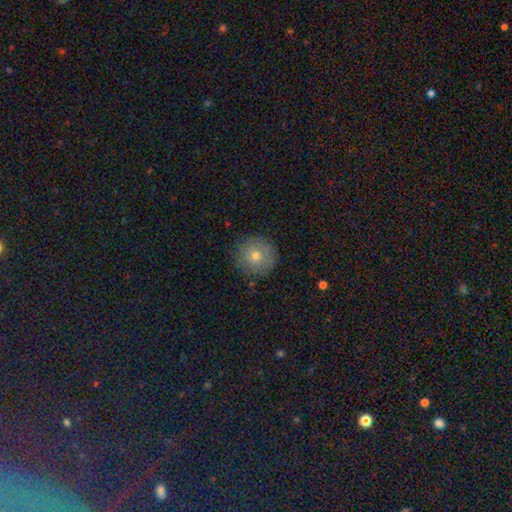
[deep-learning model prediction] Smooth or featured: smooth — 70% (featured or disk — 19%)
How rounded: round — 95% (in between — 4%)
Merging: none — 85% (minor disturbance — 11%)